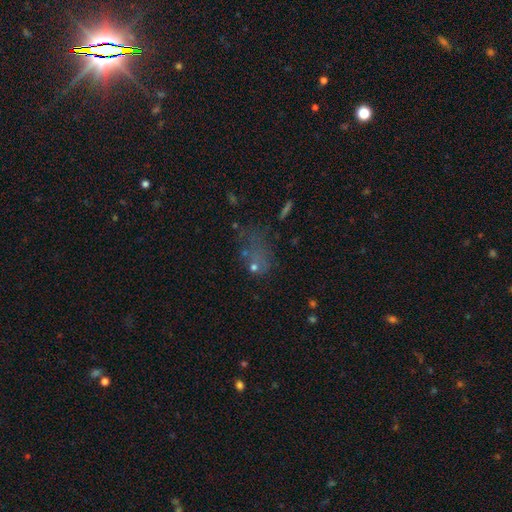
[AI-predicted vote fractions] Smooth or featured: smooth — 41% (star or artifact — 35%)
Merging: none — 38% (major disturbance — 34%)